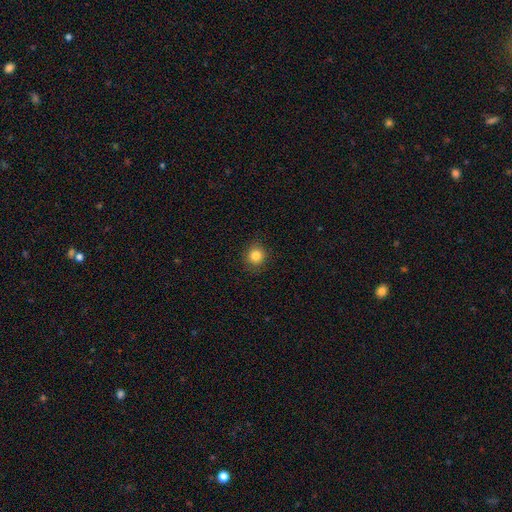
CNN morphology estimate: smooth-or-featured: smooth: 83% | star or artifact: 11% | featured or disk: 5%
  how-rounded: round: 88% | in between: 11% | cigar-shaped: 1%
  merging: none: 89% | minor disturbance: 8% | major disturbance: 2% | merger: 1%